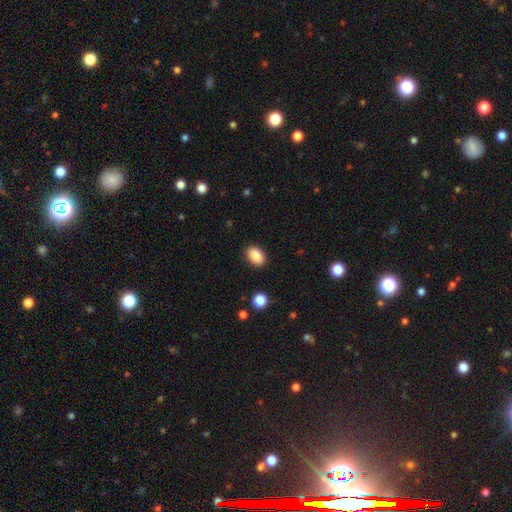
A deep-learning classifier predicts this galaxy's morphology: Overall: smooth (87%). How rounded: in between (82%). Merging: none (88%).